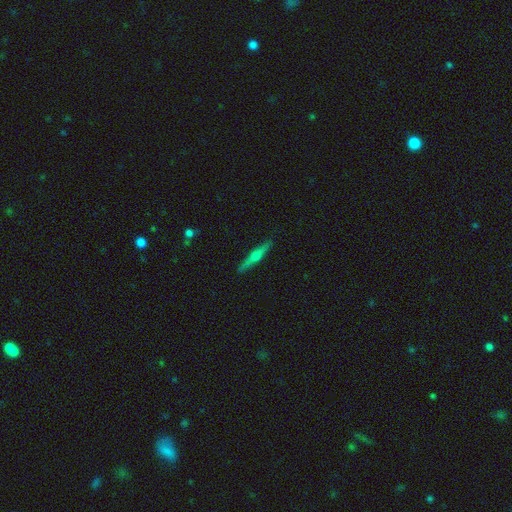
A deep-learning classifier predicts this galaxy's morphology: Overall: featured or disk (66%; smooth 28%). Edge-on disk: yes (97%). Edge-on bulge: rounded (90%). Merging: none (91%).